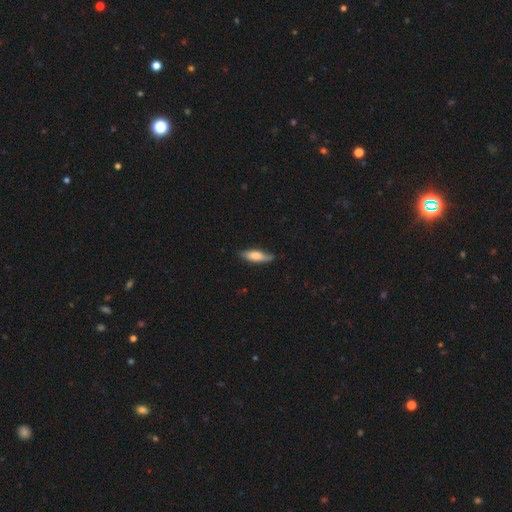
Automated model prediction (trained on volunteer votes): smooth_or_featured: smooth (p=0.71) [alt: featured or disk p=0.23]
how_rounded: cigar-shaped (p=0.51) [alt: in between p=0.47]
merging: none (p=0.71) [alt: minor disturbance p=0.24]